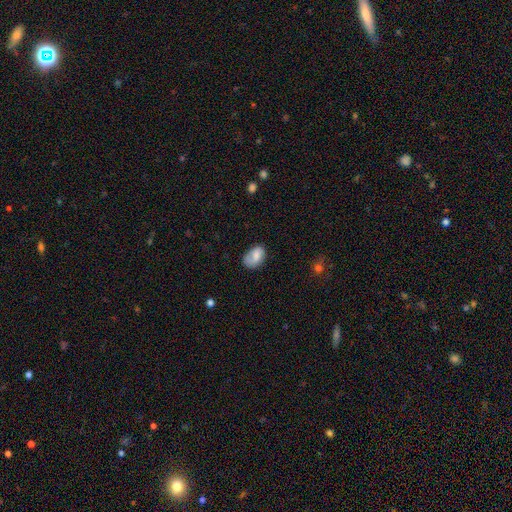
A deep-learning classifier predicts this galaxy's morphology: Smooth or featured?
  - smooth: 75% *
  - featured or disk: 18%
  - star or artifact: 8%
How rounded?
  - in between: 86% *
  - round: 12%
  - cigar-shaped: 1%
Merging?
  - none: 56% *
  - minor disturbance: 28%
  - major disturbance: 13%
  - merger: 4%